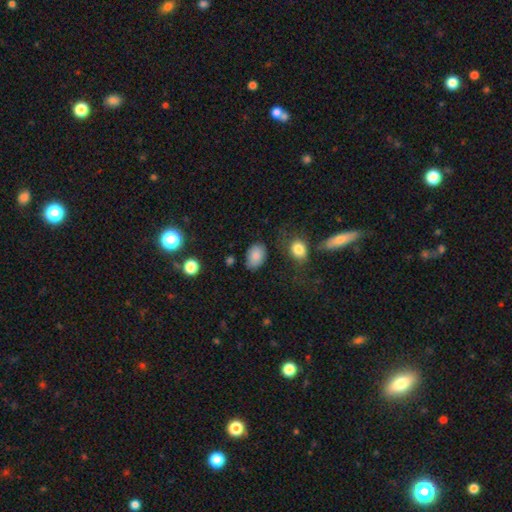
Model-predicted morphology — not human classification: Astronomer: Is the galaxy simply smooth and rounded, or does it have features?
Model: smooth — 85%.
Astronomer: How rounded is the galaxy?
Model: in between — 84%.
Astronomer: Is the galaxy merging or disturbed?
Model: none — 75%.